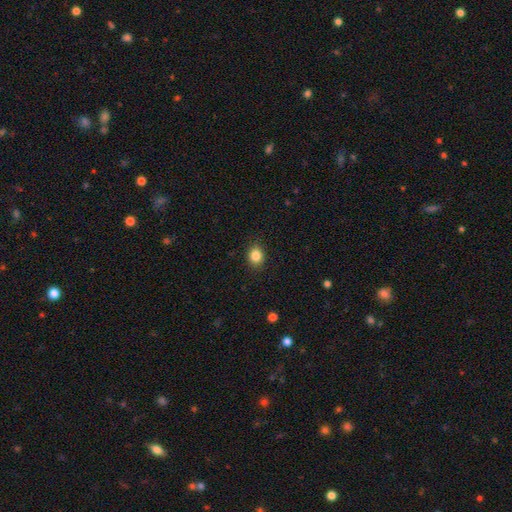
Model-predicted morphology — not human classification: Overall: smooth (86%). How rounded: round (58%; in between 41%). Merging: none (88%).